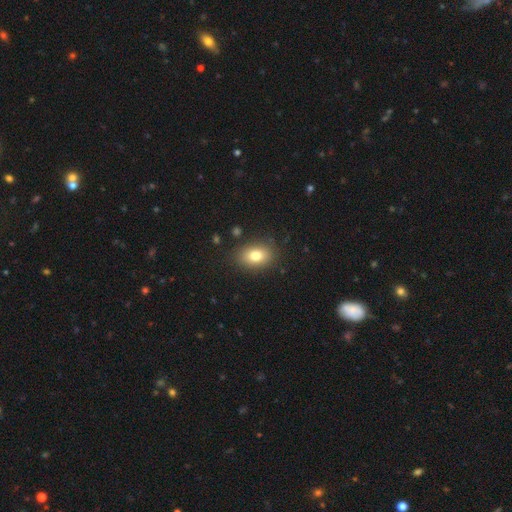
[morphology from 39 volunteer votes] Overall: smooth (79%). How rounded: in between (68%; round 29%). Merging: none (89%).